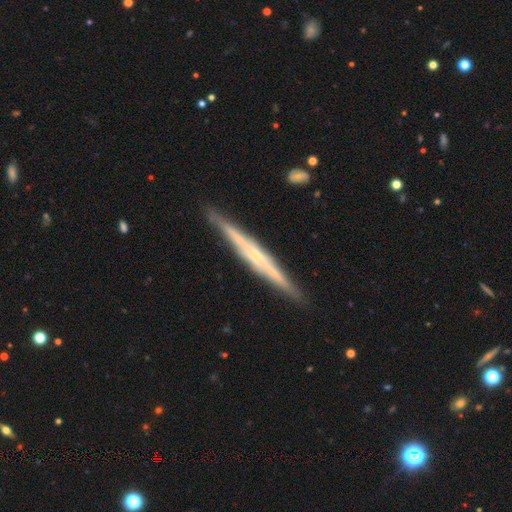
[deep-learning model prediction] featured or disk 73%, smooth 21%, star or artifact 6%. Down the decision tree: edge-on disk — yes (97%); edge-on bulge — none (44%); merging — none (90%).